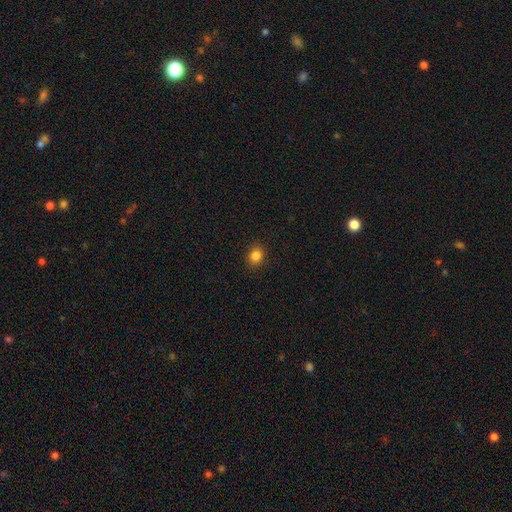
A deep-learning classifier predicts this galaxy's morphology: This appears to be a smooth galaxy with no disk features (84%) that is round (65%). Merging: none (90%).